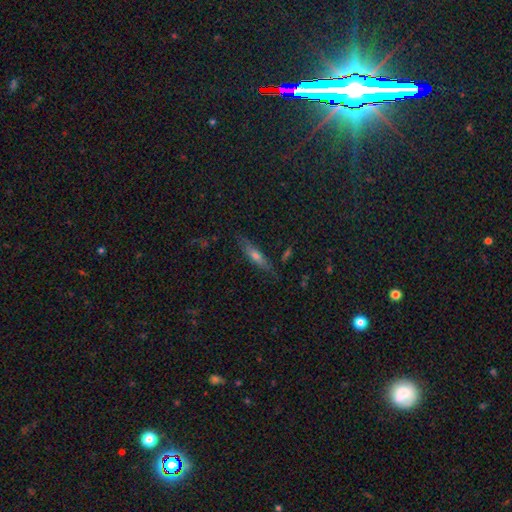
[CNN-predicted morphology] Smooth or featured? Predicted: featured or disk (p=0.47). Merging? Predicted: none (p=0.81).